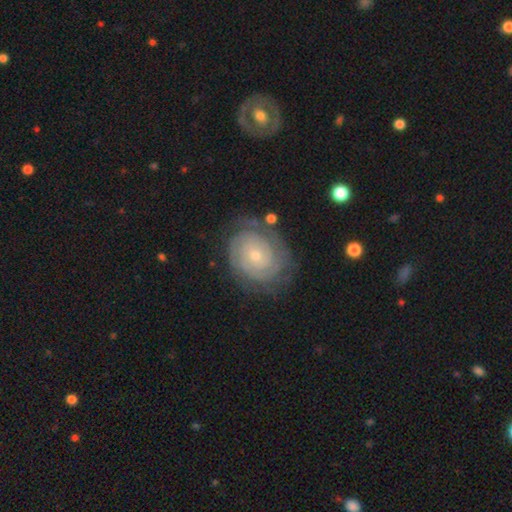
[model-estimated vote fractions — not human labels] smooth-or-featured: featured or disk: 82% | smooth: 12% | star or artifact: 6%
  disk-edge-on: no: 97% | yes: 3%
    bar: no: 80% | weak: 17% | strong: 4%
    has-spiral-arms: yes: 94% | no: 6%
      spiral-winding: tight: 84% | medium: 12% | loose: 3%
      spiral-arm-count: can't tell: 37% | 2: 31% | 3: 13% | 4: 8% | 1: 5% | more than 4: 5%
    bulge-size: small: 70% | moderate: 27% | large: 1% | none: 1% | dominant: 1%
  merging: none: 75% | minor disturbance: 16% | major disturbance: 7% | merger: 2%